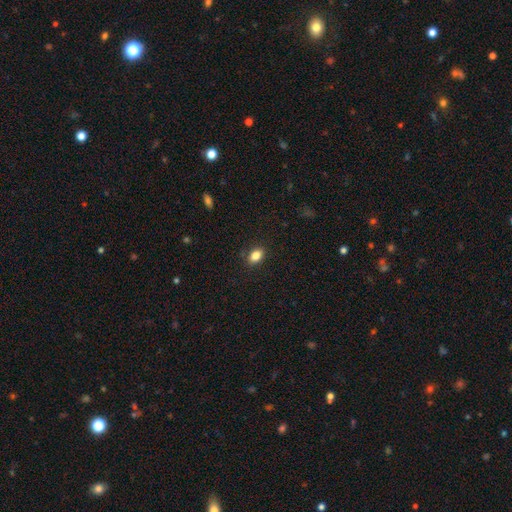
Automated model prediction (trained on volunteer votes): Smooth or featured? smooth (84%)
How rounded? in between (80%)
Merging? none (86%)